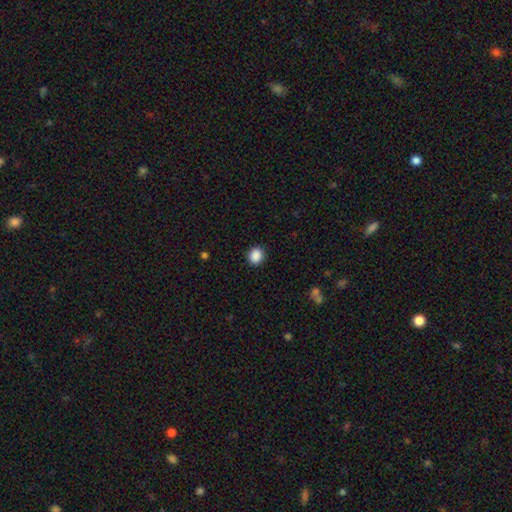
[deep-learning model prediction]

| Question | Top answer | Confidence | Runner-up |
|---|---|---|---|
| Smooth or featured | smooth | 89% | star or artifact (9%) |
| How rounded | round | 74% | in between (25%) |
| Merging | none | 89% | minor disturbance (8%) |